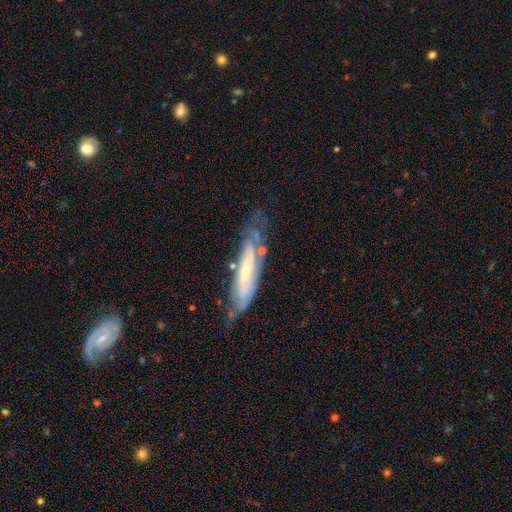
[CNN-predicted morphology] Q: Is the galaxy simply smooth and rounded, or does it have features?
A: featured or disk — 64%.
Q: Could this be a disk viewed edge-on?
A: yes — 58%.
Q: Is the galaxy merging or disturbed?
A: none — 66%.